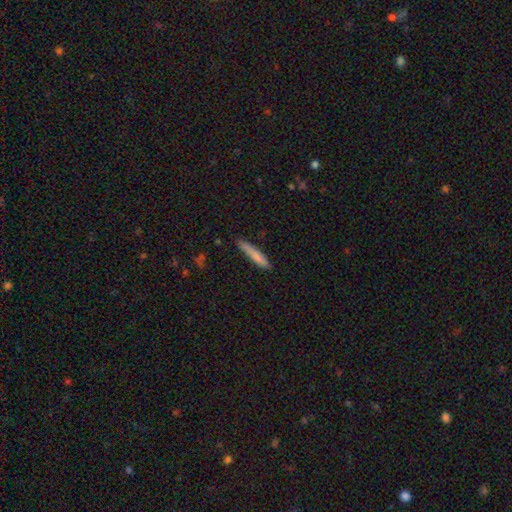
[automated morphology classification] type=smooth (80%); roundness=cigar-shaped (92%); merging=none (81%).